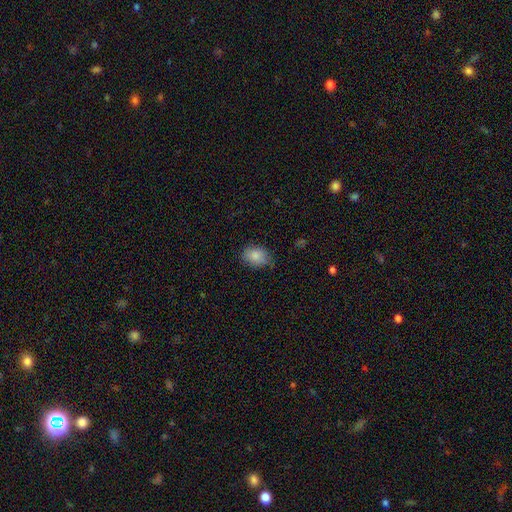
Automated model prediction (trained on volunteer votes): Overall: smooth (86%). How rounded: in between (65%; round 34%). Merging: none (70%).